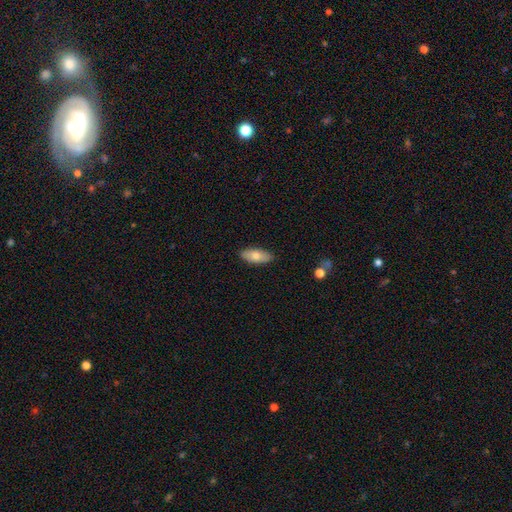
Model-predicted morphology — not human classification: Q: Smooth or featured?
A: smooth (74%); runner-up: featured or disk (20%)
Q: How rounded?
A: in between (82%); runner-up: cigar-shaped (15%)
Q: Merging?
A: none (88%); runner-up: minor disturbance (9%)